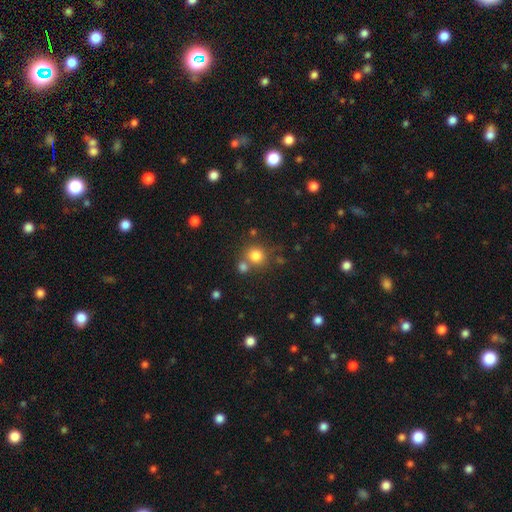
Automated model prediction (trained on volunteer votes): Overall: smooth (79%). How rounded: round (89%). Merging: none (62%; merger 24%).